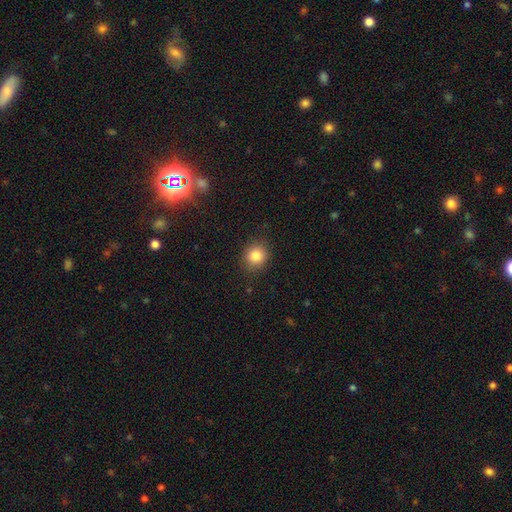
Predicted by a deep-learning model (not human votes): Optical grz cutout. It shows a smooth galaxy with no disk features (85%) that is round (84%). Merging: none (88%).